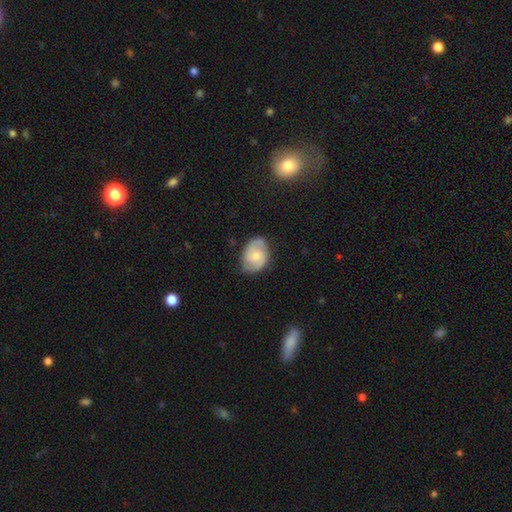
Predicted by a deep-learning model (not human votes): Smooth or featured?
  - featured or disk: 68% *
  - smooth: 26%
  - star or artifact: 6%
Edge-on disk?
  - no: 97% *
  - yes: 3%
Bar?
  - no: 60% *
  - weak: 35%
  - strong: 5%
Spiral arms?
  - yes: 92% *
  - no: 8%
Spiral winding?
  - medium: 50% *
  - tight: 33%
  - loose: 17%
Spiral arm count?
  - 2: 87% *
  - can't tell: 7%
  - 1: 2%
  - 3: 2%
  - 4: 1%
  - more than 4: 1%
Bulge size?
  - moderate: 47% *
  - small: 44%
  - none: 5%
  - large: 3%
  - dominant: 1%
Merging?
  - none: 75% *
  - minor disturbance: 19%
  - major disturbance: 5%
  - merger: 1%